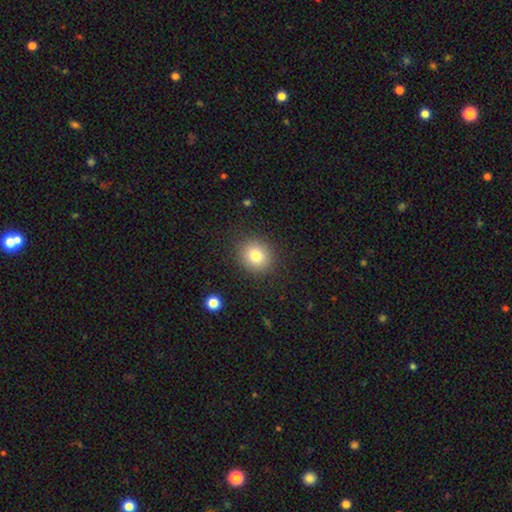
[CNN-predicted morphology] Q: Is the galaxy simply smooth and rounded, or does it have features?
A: smooth — 79%.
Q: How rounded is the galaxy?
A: round — 83%.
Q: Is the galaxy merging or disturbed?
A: none — 88%.